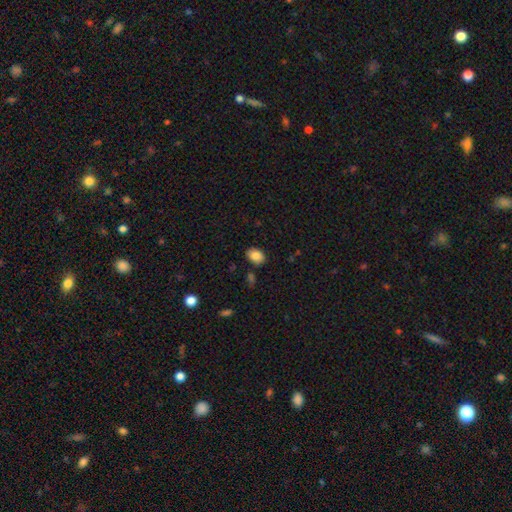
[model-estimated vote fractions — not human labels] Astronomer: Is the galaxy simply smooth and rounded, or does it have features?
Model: smooth — 86%.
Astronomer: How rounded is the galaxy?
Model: in between — 73%.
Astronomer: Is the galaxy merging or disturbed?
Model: none — 84%.